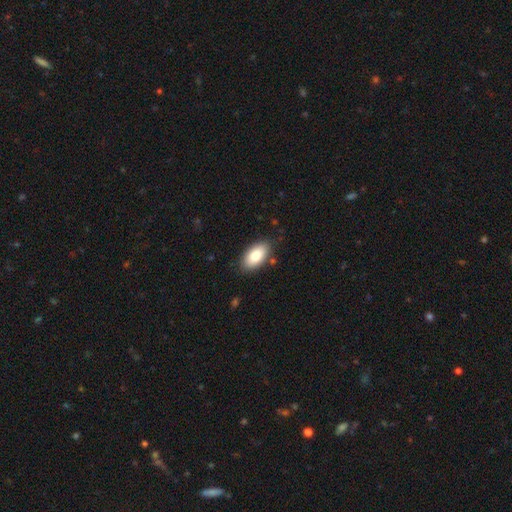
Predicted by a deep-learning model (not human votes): Overall: smooth (83%). How rounded: in between (93%). Merging: none (83%).